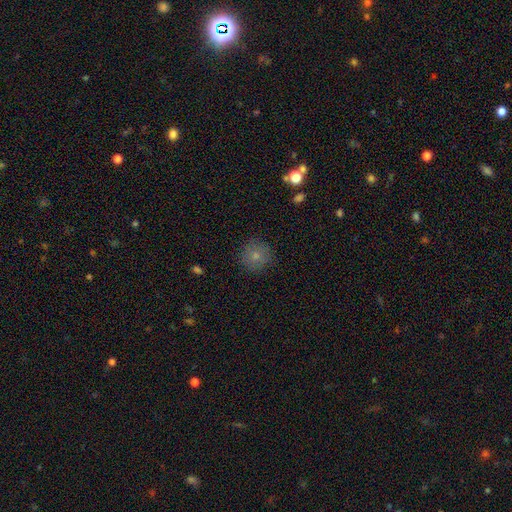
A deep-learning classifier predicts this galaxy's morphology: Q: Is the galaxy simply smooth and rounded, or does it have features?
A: smooth — 77%.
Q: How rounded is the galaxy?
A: round — 94%.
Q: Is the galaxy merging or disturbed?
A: none — 88%.